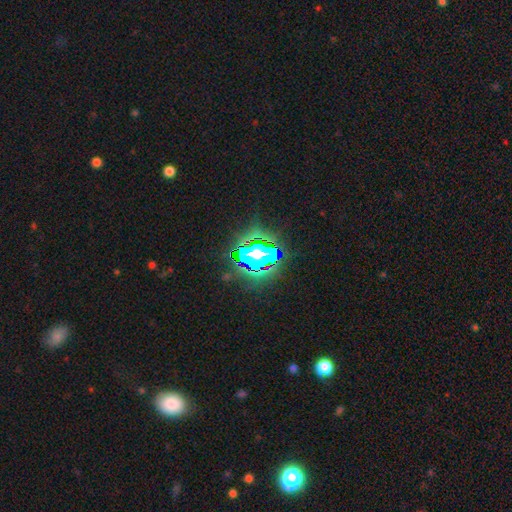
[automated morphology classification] Q: Smooth or featured?
A: star or artifact (78%); runner-up: smooth (12%)